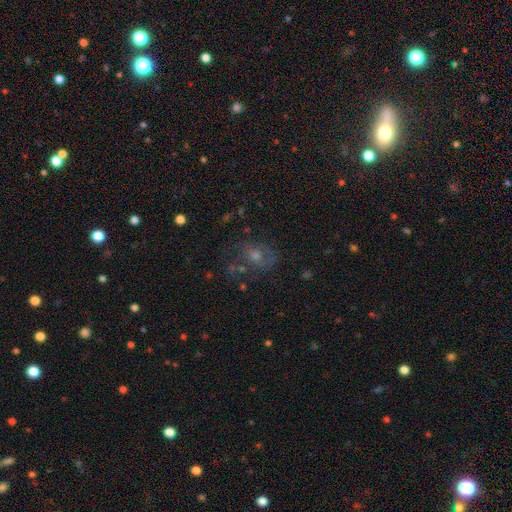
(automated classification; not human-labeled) This is marginally a featured or disk galaxy (43%). Merging: likely none (61%).